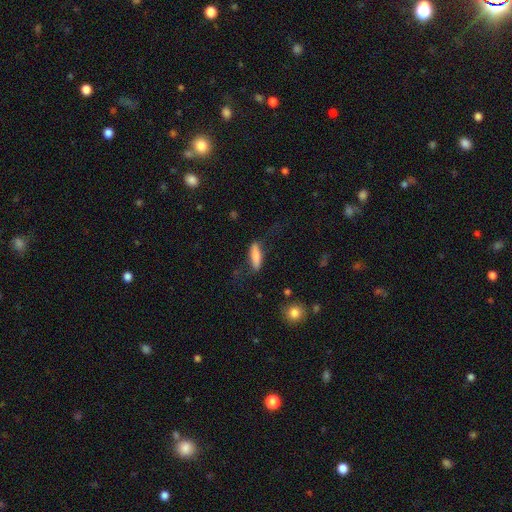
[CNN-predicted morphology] smooth 75%, featured or disk 18%, star or artifact 7%. Down the decision tree: how rounded — cigar-shaped (59%); merging — none (65%).